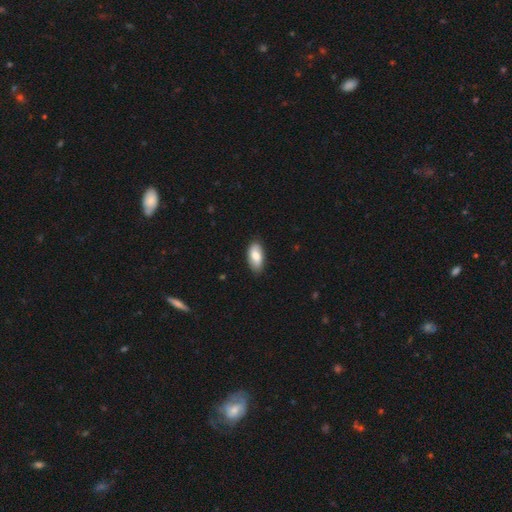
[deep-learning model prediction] Smooth or featured?
  - smooth: 79% *
  - featured or disk: 15%
  - star or artifact: 6%
How rounded?
  - in between: 92% *
  - cigar-shaped: 6%
  - round: 2%
Merging?
  - none: 82% *
  - minor disturbance: 15%
  - major disturbance: 2%
  - merger: 1%